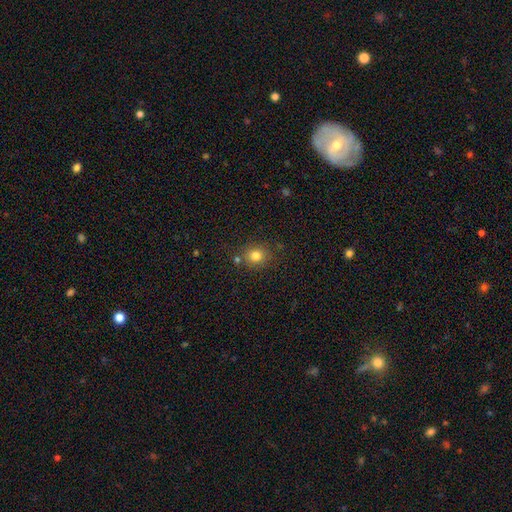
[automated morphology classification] Smooth or featured? Predicted: smooth (p=0.81). How rounded? Predicted: round (p=0.79). Merging? Predicted: none (p=0.78).